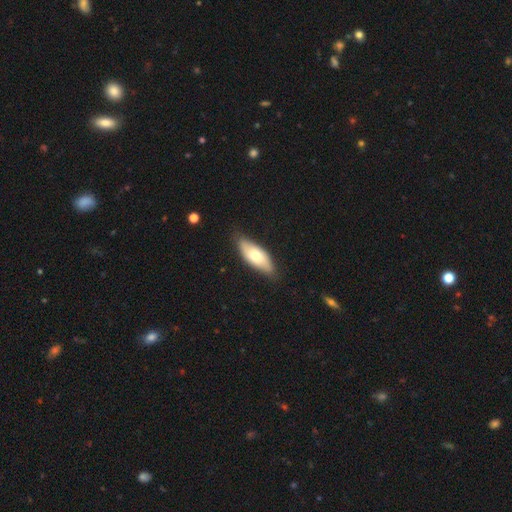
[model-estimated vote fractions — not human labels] Morphology: type=smooth (64%); roundness=in between (78%); merging=none (81%).